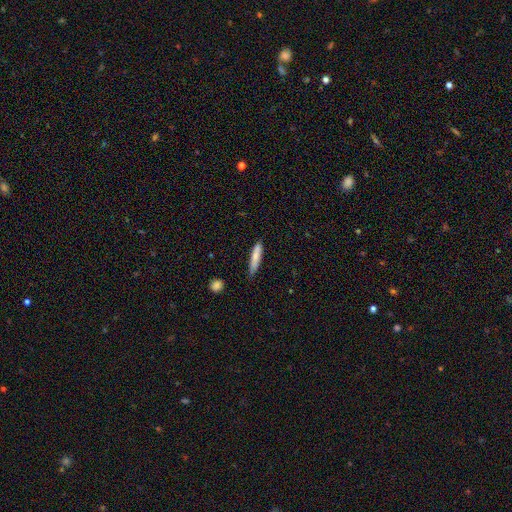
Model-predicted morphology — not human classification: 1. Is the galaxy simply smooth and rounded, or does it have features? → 78% smooth, 16% featured or disk, 6% star or artifact.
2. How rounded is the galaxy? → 87% cigar-shaped, 11% in between, 1% round.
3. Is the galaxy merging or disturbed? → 74% none, 21% minor disturbance, 3% major disturbance, 2% merger.